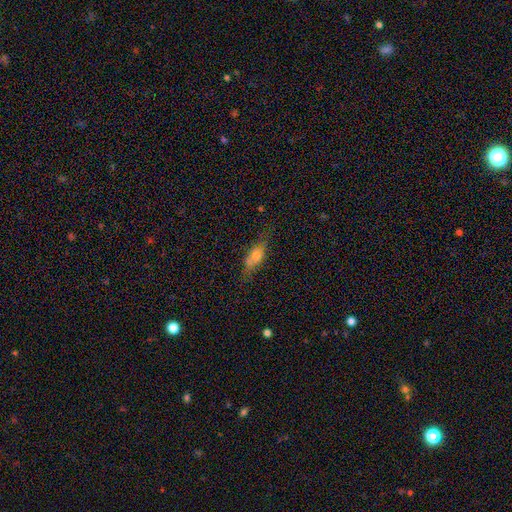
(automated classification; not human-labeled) smooth_or_featured: smooth (p=0.51) [alt: featured or disk p=0.37]
how_rounded: in between (p=0.53) [alt: cigar-shaped p=0.41]
merging: none (p=0.62) [alt: minor disturbance p=0.22]